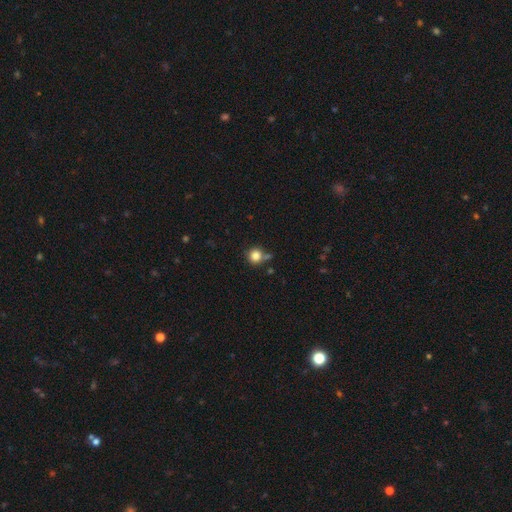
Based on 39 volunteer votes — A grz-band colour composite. It shows a smooth galaxy with no disk features (82%) that is round (97%). Merging: none (69%).